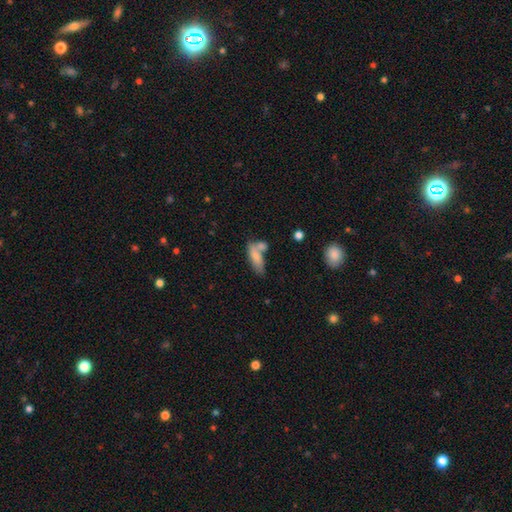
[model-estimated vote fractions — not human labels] Q: Smooth or featured?
A: smooth (75%); runner-up: featured or disk (17%)
Q: How rounded?
A: in between (64%); runner-up: cigar-shaped (33%)
Q: Merging?
A: merger (39%); runner-up: none (37%)